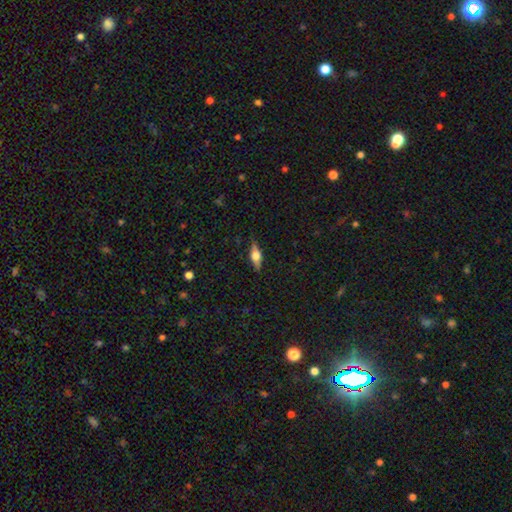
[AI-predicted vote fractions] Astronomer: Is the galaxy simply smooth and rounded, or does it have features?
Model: featured or disk — 54% (runner-up: smooth, 39%).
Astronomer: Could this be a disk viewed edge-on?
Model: yes — 93%.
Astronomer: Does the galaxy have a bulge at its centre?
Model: rounded — 92%.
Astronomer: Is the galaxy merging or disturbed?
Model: none — 85%.